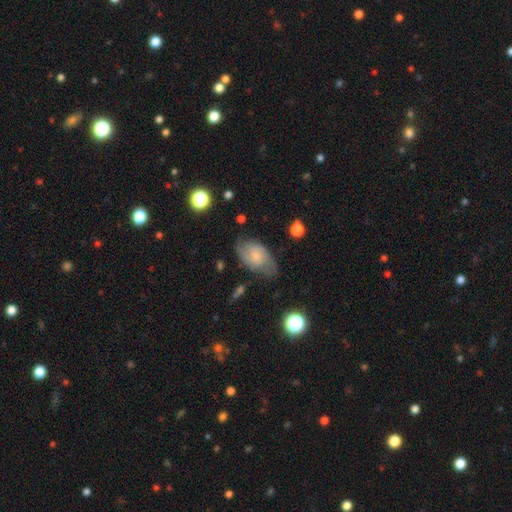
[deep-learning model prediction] Morphology: type=featured or disk (50%); edge-on=no (95%); merging=none (62%).